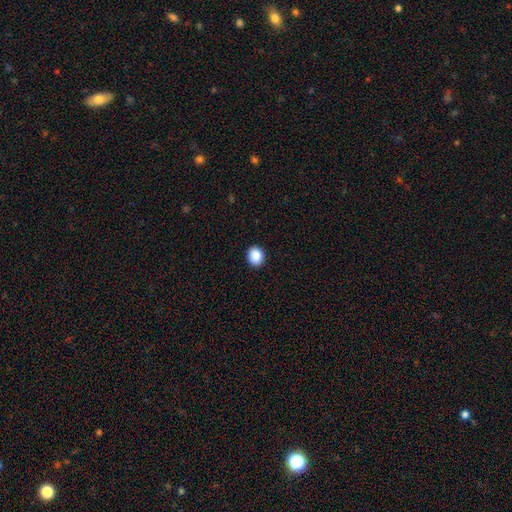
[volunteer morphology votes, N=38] Q: Smooth or featured?
A: smooth (97%); runner-up: star or artifact (3%)
Q: How rounded?
A: round (76%); runner-up: in between (24%)
Q: Merging?
A: none (95%); runner-up: minor disturbance (3%)